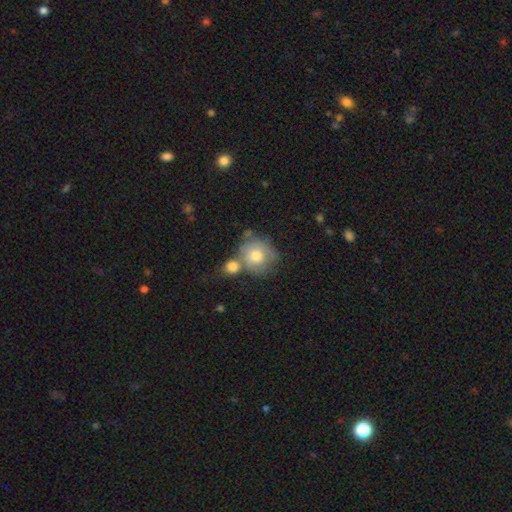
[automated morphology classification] A smooth galaxy with no disk features (70%) that is round (88%). Merging: none (47%).